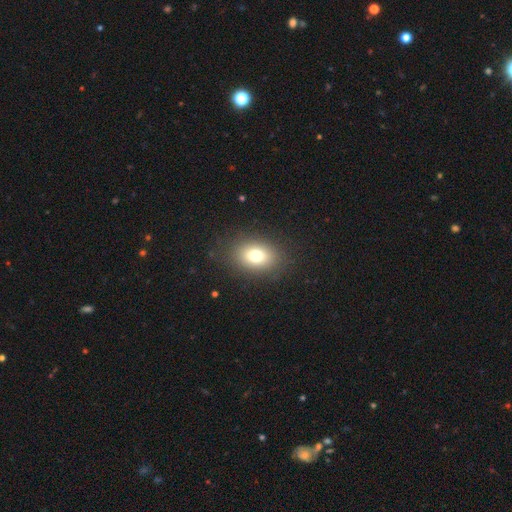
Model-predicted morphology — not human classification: smooth 76%, star or artifact 13%, featured or disk 12%. Down the decision tree: how rounded — in between (68%); merging — none (86%).